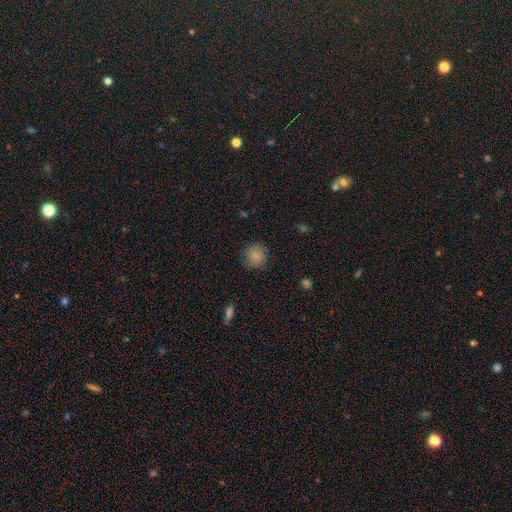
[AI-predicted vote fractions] Smooth or featured?
  - smooth: 81% *
  - star or artifact: 11%
  - featured or disk: 8%
How rounded?
  - round: 90% *
  - in between: 9%
  - cigar-shaped: 1%
Merging?
  - none: 84% *
  - minor disturbance: 12%
  - major disturbance: 3%
  - merger: 1%